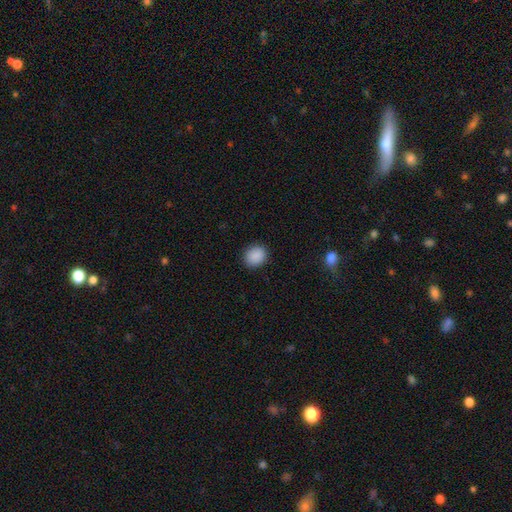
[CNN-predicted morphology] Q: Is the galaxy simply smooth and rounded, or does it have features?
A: smooth — 89%.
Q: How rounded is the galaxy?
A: round — 71%.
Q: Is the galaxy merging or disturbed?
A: none — 90%.